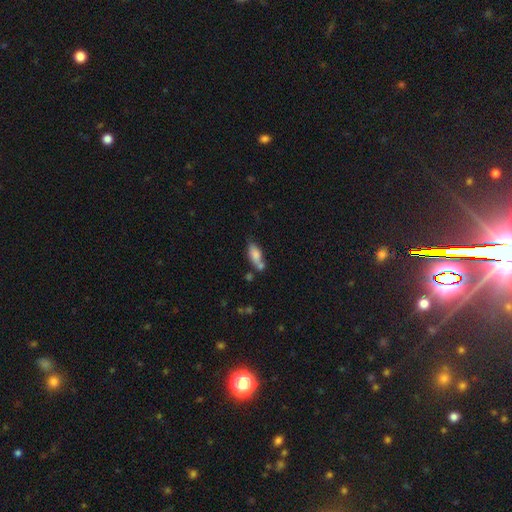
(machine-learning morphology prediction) The model was most divided on "merging": none: 44%, merger: 29%, minor disturbance: 20%, major disturbance: 7%. More confident: smooth or featured — smooth (76%); how rounded — in between (75%).